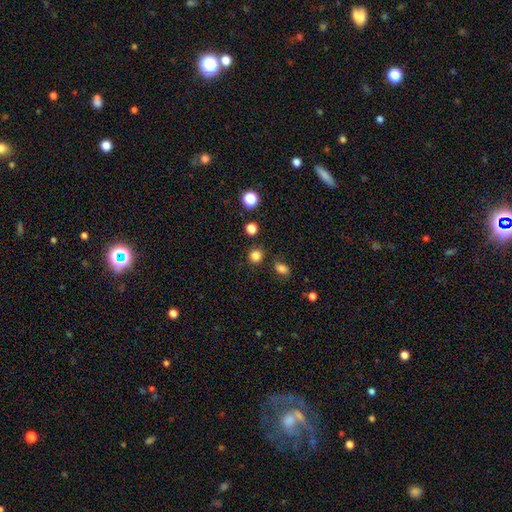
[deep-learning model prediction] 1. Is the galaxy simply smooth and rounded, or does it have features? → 83% smooth, 13% star or artifact, 4% featured or disk.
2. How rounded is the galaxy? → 87% round, 12% in between, 1% cigar-shaped.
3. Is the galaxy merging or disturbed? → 85% none, 8% minor disturbance, 4% merger, 3% major disturbance.